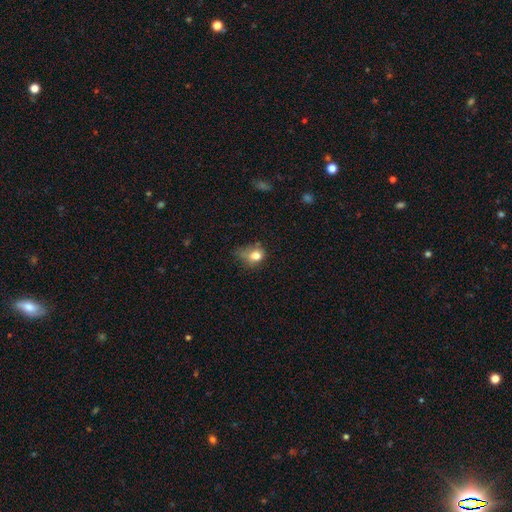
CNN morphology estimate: Q: Smooth or featured?
A: smooth (76%); runner-up: featured or disk (12%)
Q: How rounded?
A: in between (50%); runner-up: round (49%)
Q: Merging?
A: minor disturbance (35%); runner-up: none (33%)